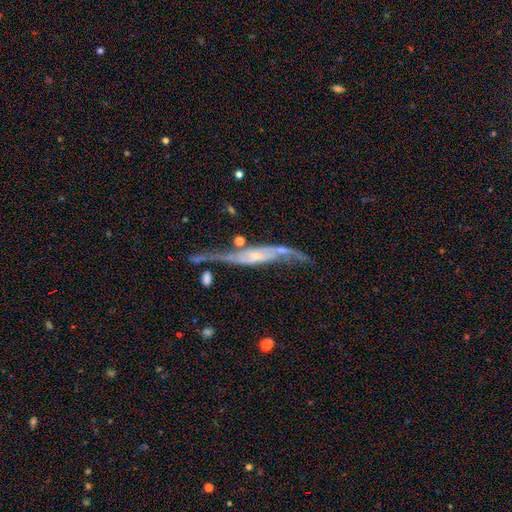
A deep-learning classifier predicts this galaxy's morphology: A featured or disk galaxy (85%) with no bar (51%), spiral arms (89%) and a small central bulge (64%). Merging: none (45%).